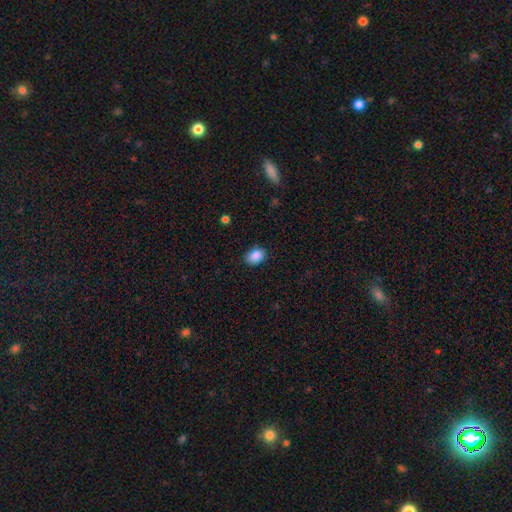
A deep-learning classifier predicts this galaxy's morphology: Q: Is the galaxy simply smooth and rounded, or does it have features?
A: smooth — 88%.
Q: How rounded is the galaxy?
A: in between — 73%.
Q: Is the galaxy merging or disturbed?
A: none — 82%.